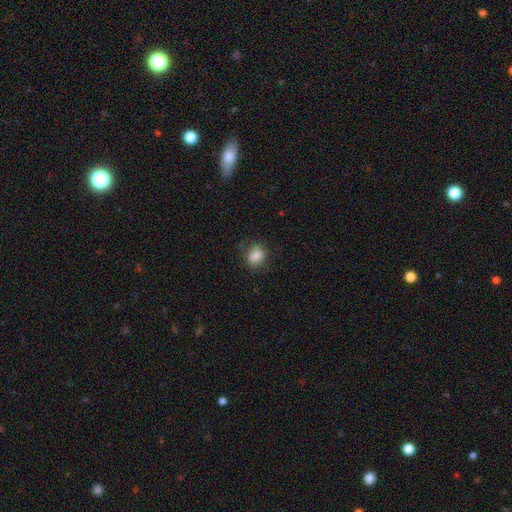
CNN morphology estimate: This appears to be a smooth galaxy with no disk features (86%) that is in between round and cigar-shaped (55%). Merging: none (78%).